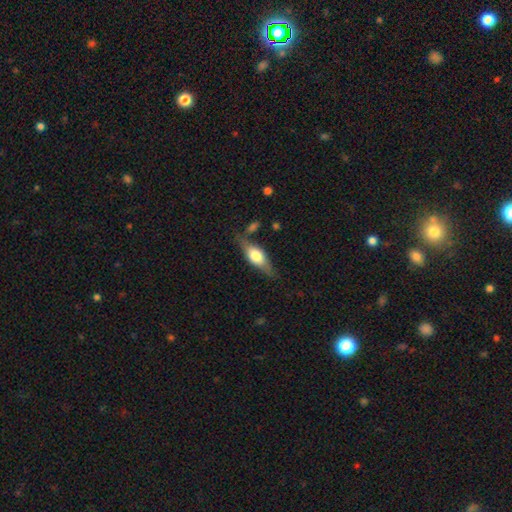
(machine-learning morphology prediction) This appears to be a smooth galaxy with no disk features (50%). Merging: none (68%).